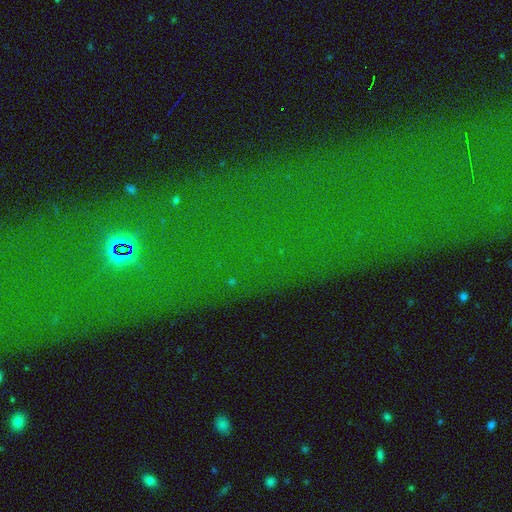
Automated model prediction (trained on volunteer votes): Morphology: type=star or artifact (74%).